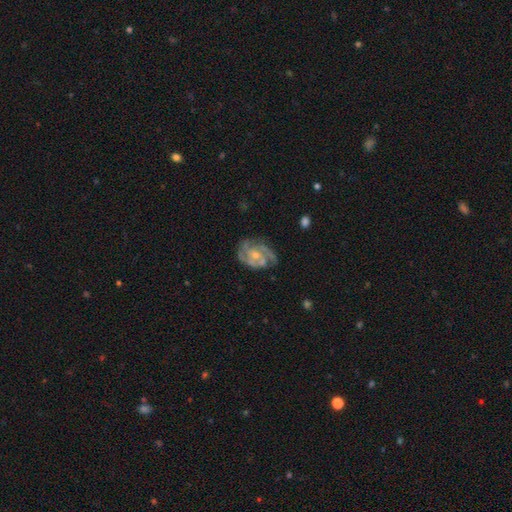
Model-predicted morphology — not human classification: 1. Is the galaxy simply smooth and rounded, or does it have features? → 83% featured or disk, 11% smooth, 5% star or artifact.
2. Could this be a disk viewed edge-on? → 98% no, 2% yes.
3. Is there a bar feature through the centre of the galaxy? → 70% no, 25% weak, 5% strong.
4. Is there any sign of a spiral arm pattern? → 92% yes, 8% no.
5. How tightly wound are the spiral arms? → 48% tight, 40% medium, 11% loose.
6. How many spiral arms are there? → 34% 2, 28% 3, 22% can't tell, 7% 4, 5% 1, 4% more than 4.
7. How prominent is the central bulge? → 48% moderate, 45% small, 3% none, 2% large, 1% dominant.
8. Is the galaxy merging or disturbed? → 63% none, 23% minor disturbance, 12% major disturbance, 2% merger.